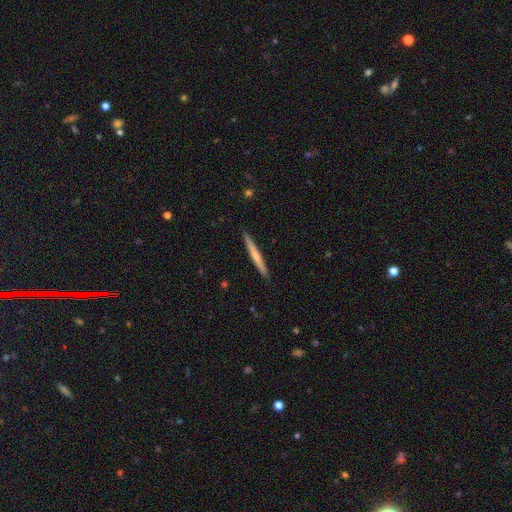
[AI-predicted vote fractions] smooth 47% (tied), featured or disk 47% (tied), star or artifact 5%. Down the decision tree: merging — none (91%).